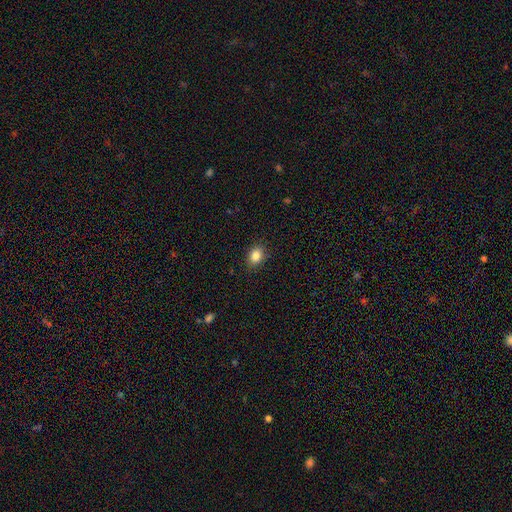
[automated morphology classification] Smooth or featured? Predicted: smooth (p=0.86). How rounded? Predicted: in between (p=0.68). Merging? Predicted: none (p=0.87).